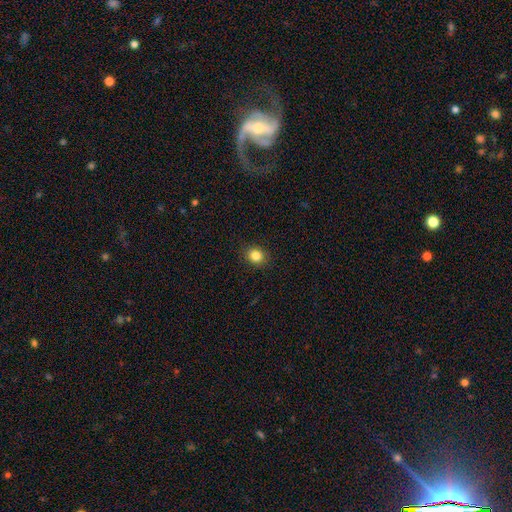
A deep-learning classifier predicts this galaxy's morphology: smooth-or-featured: smooth: 84% | star or artifact: 11% | featured or disk: 5%
  how-rounded: round: 64% | in between: 35% | cigar-shaped: 1%
  merging: none: 90% | minor disturbance: 7% | major disturbance: 2% | merger: 1%